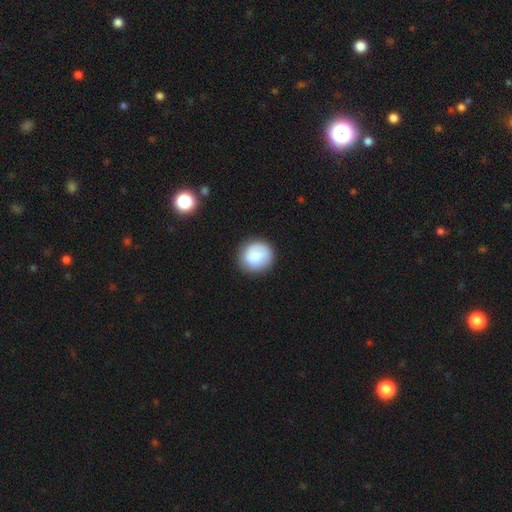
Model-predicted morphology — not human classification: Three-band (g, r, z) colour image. It shows a smooth galaxy with no disk features (84%) that is round (87%). Merging: none (83%).